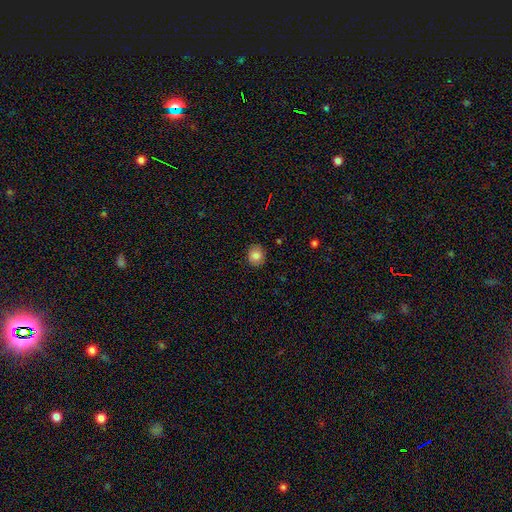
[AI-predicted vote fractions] smooth-or-featured: smooth: 84% | star or artifact: 10% | featured or disk: 6%
  how-rounded: round: 80% | in between: 19% | cigar-shaped: 1%
  merging: none: 87% | minor disturbance: 10% | major disturbance: 2% | merger: 1%